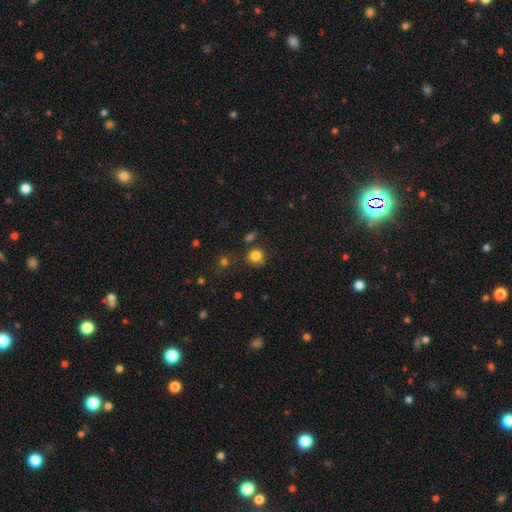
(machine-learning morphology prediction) This is clearly a smooth galaxy (82%). How rounded: clearly round (87%). Merging: likely none (74%).